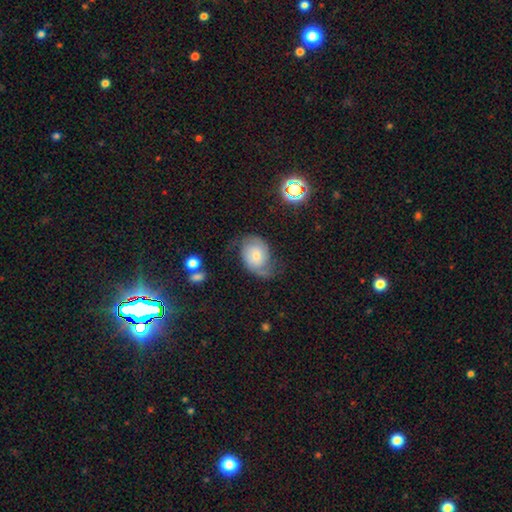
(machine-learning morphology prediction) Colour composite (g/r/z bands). It shows a featured or disk galaxy (65%) with no bar (74%), 2 (85%) medium (41%) spiral arms (90%) and a small central bulge (53%). Merging: none (56%).